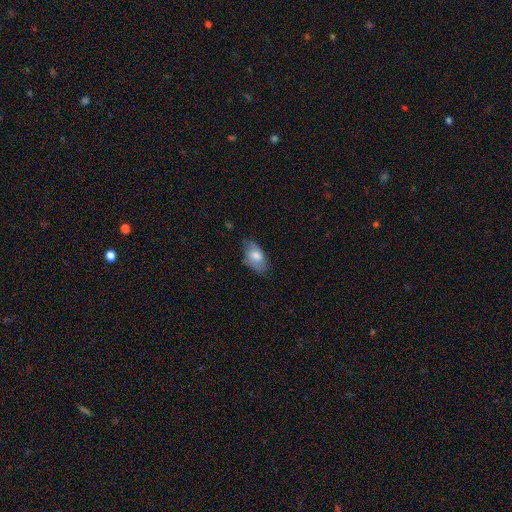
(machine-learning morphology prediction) type=smooth (75%); roundness=in between (92%); merging=none (64%).